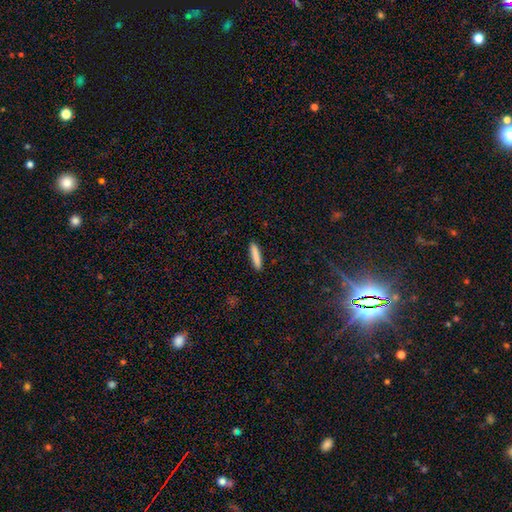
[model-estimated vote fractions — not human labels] This appears to be a smooth galaxy with no disk features (86%) that is cigar-shaped (88%). Merging: none (92%).